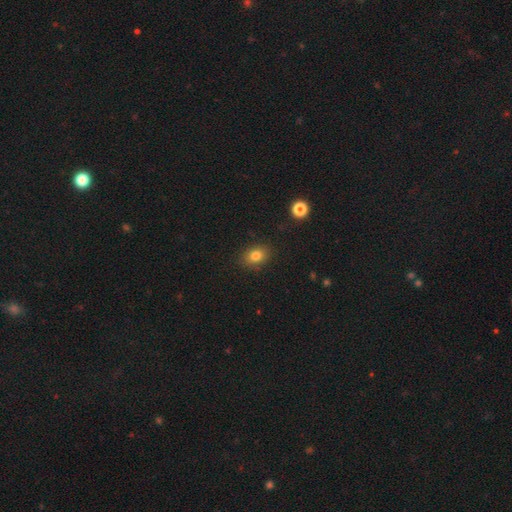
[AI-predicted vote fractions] This is clearly a smooth galaxy (82%). How rounded: likely in between (67%). Merging: clearly none (85%).